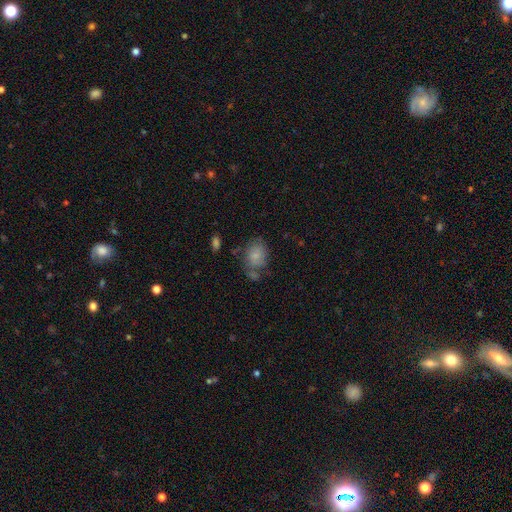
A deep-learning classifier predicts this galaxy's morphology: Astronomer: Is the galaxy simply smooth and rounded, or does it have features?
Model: smooth — 74%.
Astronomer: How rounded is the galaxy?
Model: in between — 61% (runner-up: round, 38%).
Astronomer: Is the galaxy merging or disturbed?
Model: none — 50%.